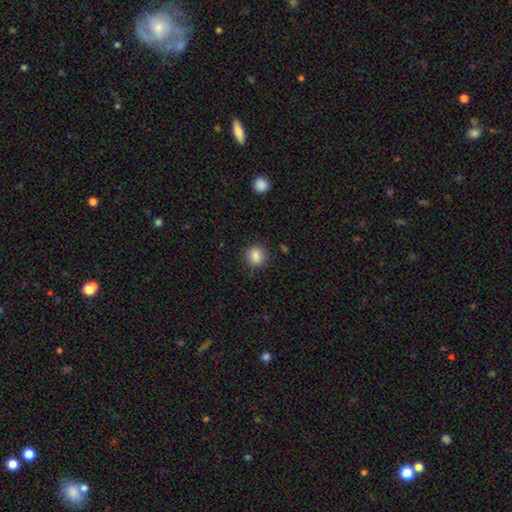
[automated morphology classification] smooth 86%, star or artifact 10%, featured or disk 5%. Down the decision tree: how rounded — round (83%); merging — none (88%).